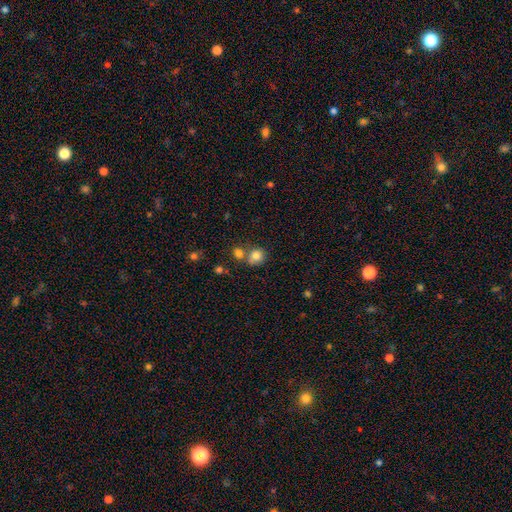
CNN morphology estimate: Overall: smooth (81%). How rounded: round (82%). Merging: none (54%; merger 31%).